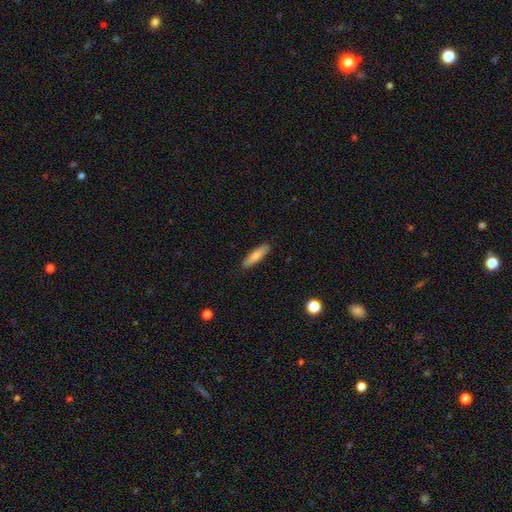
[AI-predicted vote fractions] This is likely a smooth galaxy (78%). How rounded: likely cigar-shaped (71%). Merging: clearly none (89%).